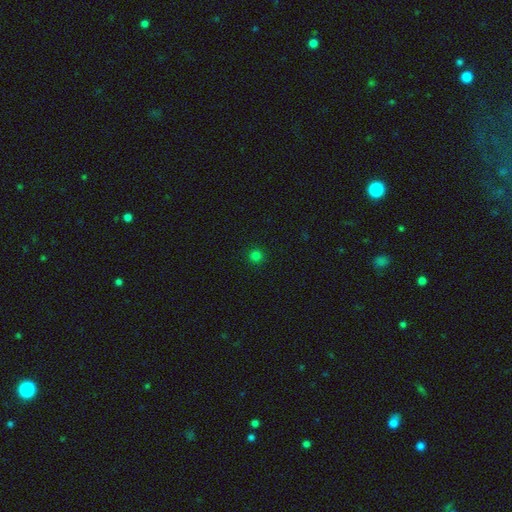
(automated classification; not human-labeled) Morphology: type=smooth (79%); roundness=round (95%); merging=none (93%).